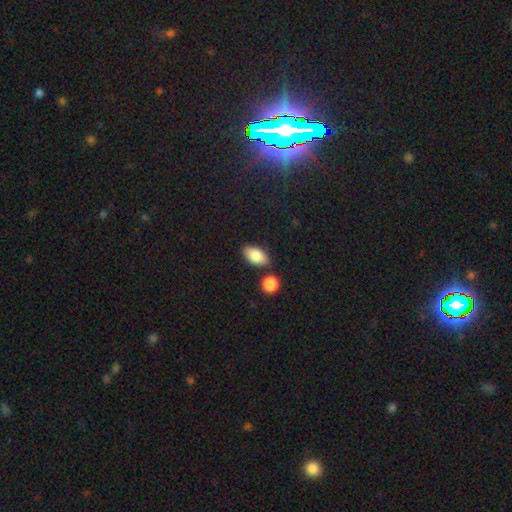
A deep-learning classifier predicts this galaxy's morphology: This is clearly a smooth galaxy (83%). How rounded: clearly in between (91%). Merging: likely none (77%).